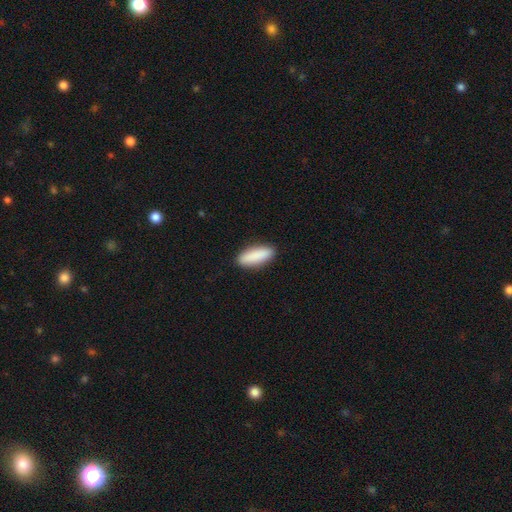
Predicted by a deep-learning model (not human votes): A smooth galaxy with no disk features (89%) that is in between round and cigar-shaped (57%).

Vote fractions:
- Smooth or featured? smooth: 89% / featured or disk: 6% / star or artifact: 6%
- How rounded? in between: 57% / cigar-shaped: 41% / round: 2%
- Merging? none: 89% / minor disturbance: 8% / major disturbance: 2% / merger: 1%